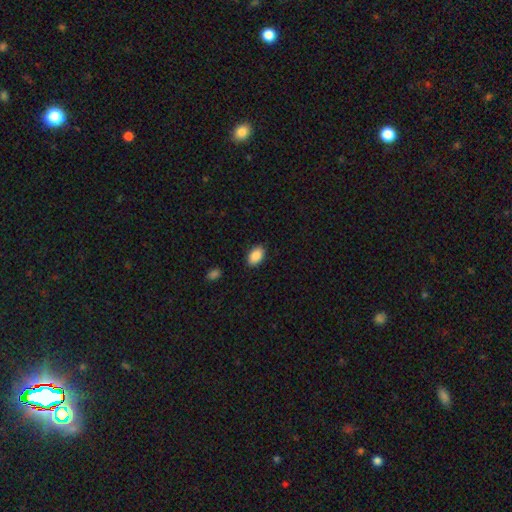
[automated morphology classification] The model was most divided on "merging": none: 88%, minor disturbance: 9%, major disturbance: 2%, merger: 1%. More confident: how rounded — in between (91%); smooth or featured — smooth (89%).